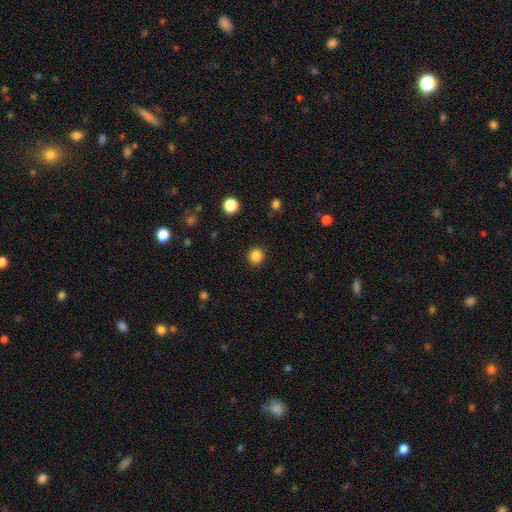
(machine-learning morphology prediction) smooth 85%, star or artifact 12%, featured or disk 3%. Down the decision tree: how rounded — round (91%); merging — none (91%).